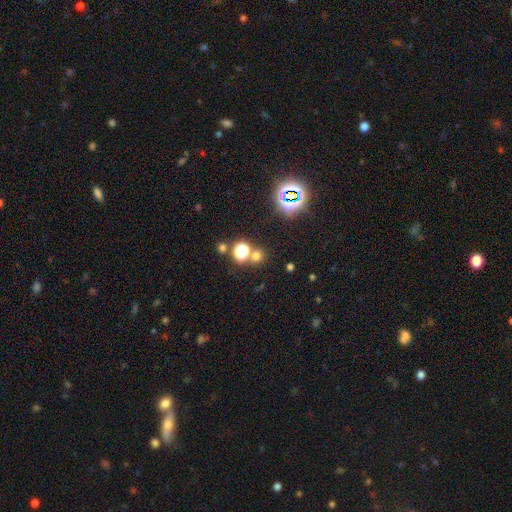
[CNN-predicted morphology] The model was most divided on "smooth or featured": smooth: 59%, star or artifact: 34%, featured or disk: 7%. More confident: how rounded — round (84%); merging — none (69%).